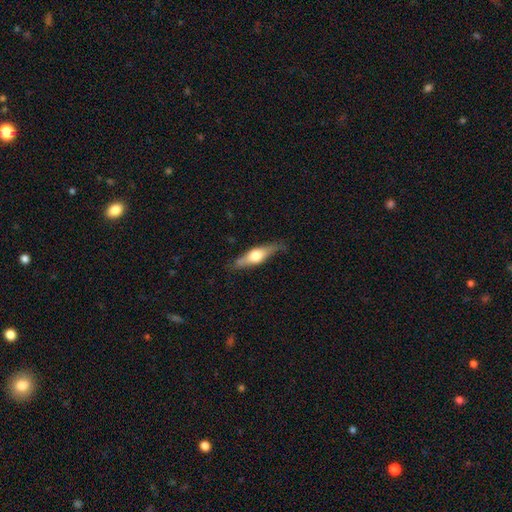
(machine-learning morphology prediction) Smooth or featured? Predicted: featured or disk (p=0.52). Edge-on disk? Predicted: yes (p=0.88). Merging? Predicted: none (p=0.73).